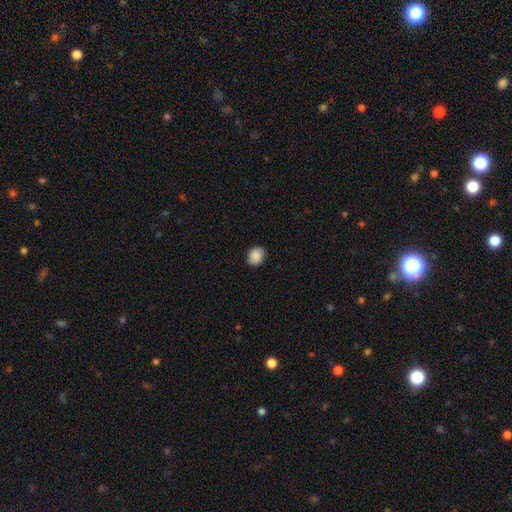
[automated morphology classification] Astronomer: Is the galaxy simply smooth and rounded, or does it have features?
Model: smooth — 90%.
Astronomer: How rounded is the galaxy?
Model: in between — 50% (runner-up: round, 49%).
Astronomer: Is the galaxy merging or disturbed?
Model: none — 89%.